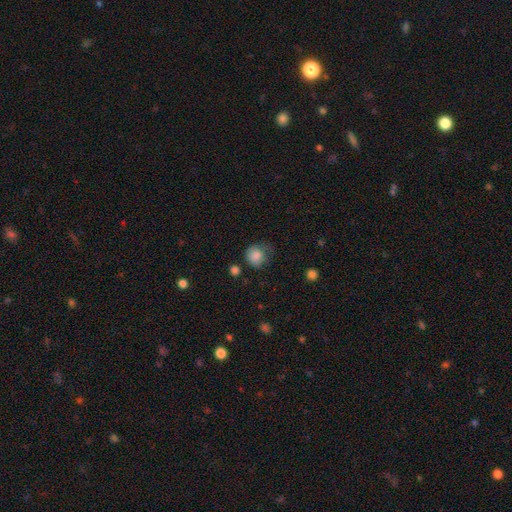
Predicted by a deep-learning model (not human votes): Smooth or featured?
  - smooth: 84% *
  - star or artifact: 9%
  - featured or disk: 7%
How rounded?
  - round: 78% *
  - in between: 21%
  - cigar-shaped: 1%
Merging?
  - none: 48% *
  - minor disturbance: 33%
  - major disturbance: 16%
  - merger: 3%